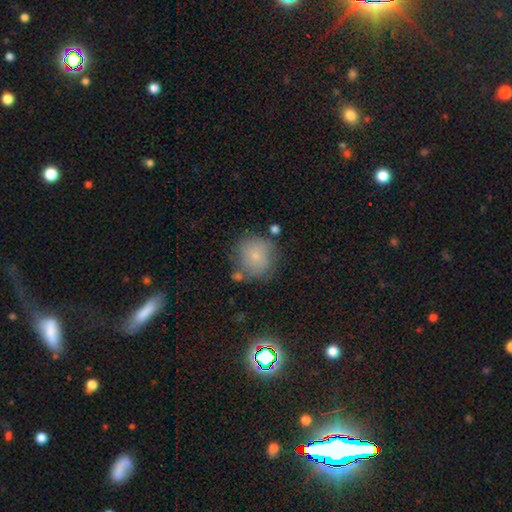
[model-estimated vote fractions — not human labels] Smooth or featured? Predicted: smooth (p=0.73). How rounded? Predicted: round (p=0.89). Merging? Predicted: none (p=0.67).